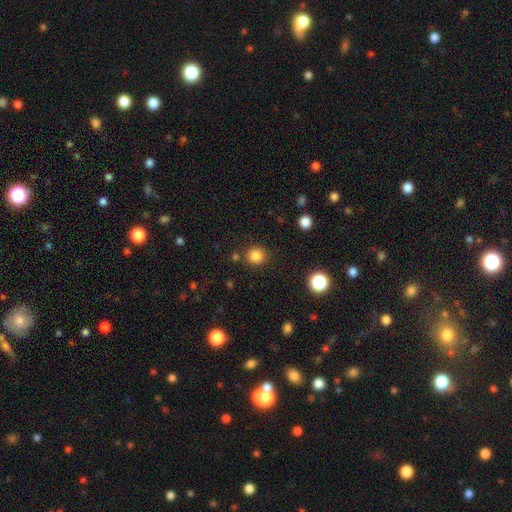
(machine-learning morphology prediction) Smooth or featured?
  - smooth: 84% *
  - star or artifact: 12%
  - featured or disk: 4%
How rounded?
  - round: 90% *
  - in between: 10%
  - cigar-shaped: 1%
Merging?
  - none: 85% *
  - minor disturbance: 8%
  - merger: 4%
  - major disturbance: 3%